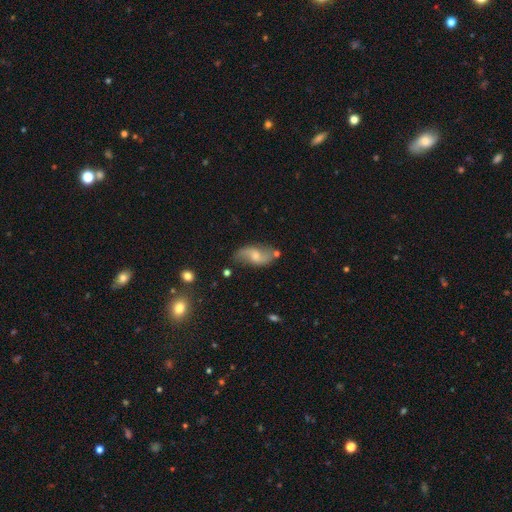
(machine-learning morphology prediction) smooth_or_featured: featured or disk (p=0.65) [alt: smooth p=0.28]
disk_edge_on: no (p=0.93) [alt: yes p=0.07]
bar: no (p=0.51) [alt: weak p=0.40]
has_spiral_arms: yes (p=0.89) [alt: no p=0.11]
spiral_winding: loose (p=0.79) [alt: medium p=0.16]
spiral_arm_count: 2 (p=0.90) [alt: can't tell p=0.05]
bulge_size: moderate (p=0.44) [alt: small p=0.40]
merging: none (p=0.69) [alt: minor disturbance p=0.19]